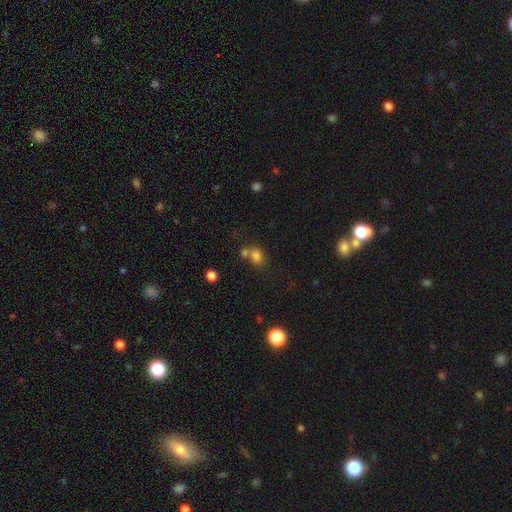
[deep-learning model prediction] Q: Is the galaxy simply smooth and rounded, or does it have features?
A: smooth — 78%.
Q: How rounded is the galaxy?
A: in between — 53%.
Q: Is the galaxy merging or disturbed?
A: none — 47%.